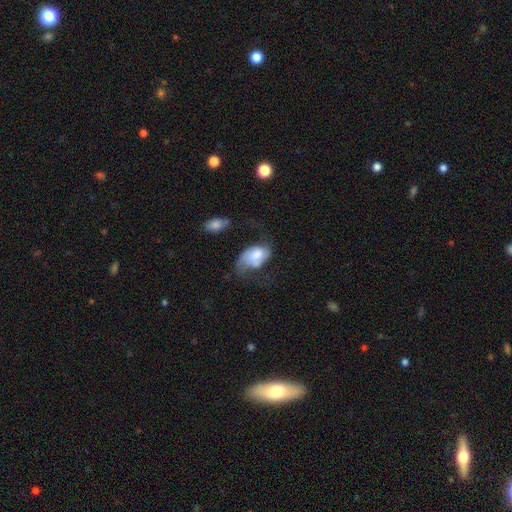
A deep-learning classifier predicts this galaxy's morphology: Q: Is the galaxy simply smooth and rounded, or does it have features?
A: smooth — 47%.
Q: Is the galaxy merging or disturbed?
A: major disturbance — 38%.